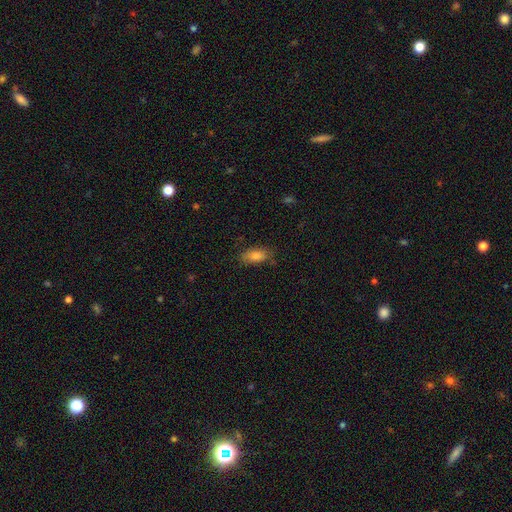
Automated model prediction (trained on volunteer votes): Smooth or featured? Predicted: smooth (p=0.81). How rounded? Predicted: in between (p=0.87). Merging? Predicted: none (p=0.78).